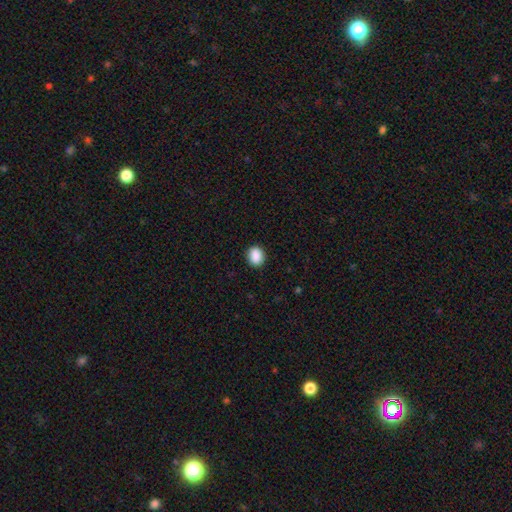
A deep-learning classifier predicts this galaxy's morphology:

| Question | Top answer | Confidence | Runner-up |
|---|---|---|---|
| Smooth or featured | smooth | 89% | star or artifact (8%) |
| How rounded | round | 54% | in between (45%) |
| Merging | none | 90% | minor disturbance (7%) |